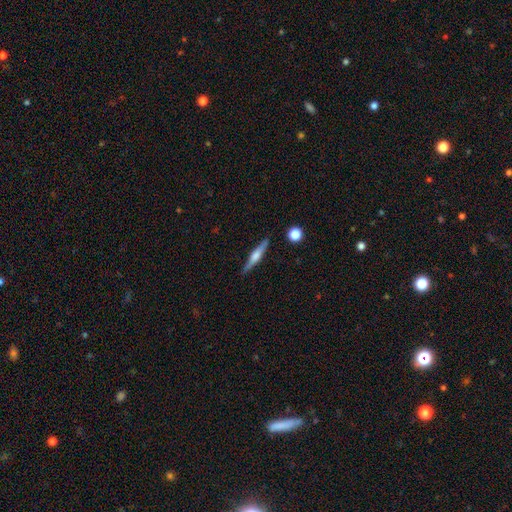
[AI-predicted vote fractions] The model was most divided on "smooth or featured": featured or disk: 59%, smooth: 35%, star or artifact: 6%. More confident: edge-on disk — yes (97%); merging — none (87%); edge-on bulge — rounded (75%).